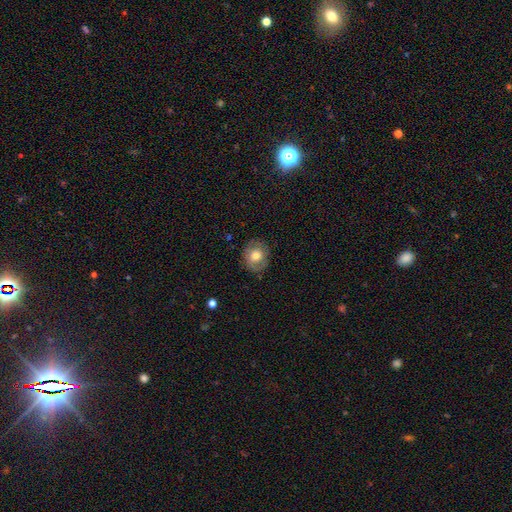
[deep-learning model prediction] smooth-or-featured: smooth: 69% | featured or disk: 22% | star or artifact: 9%
  how-rounded: round: 74% | in between: 25% | cigar-shaped: 1%
  merging: none: 81% | minor disturbance: 14% | major disturbance: 4% | merger: 1%